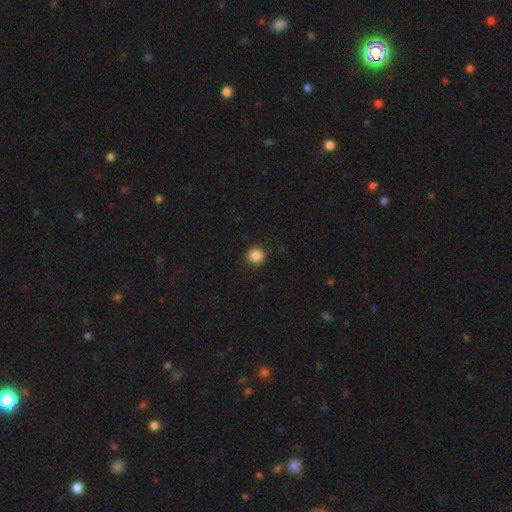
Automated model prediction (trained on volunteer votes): Smooth or featured? smooth (87%)
How rounded? round (90%)
Merging? none (91%)